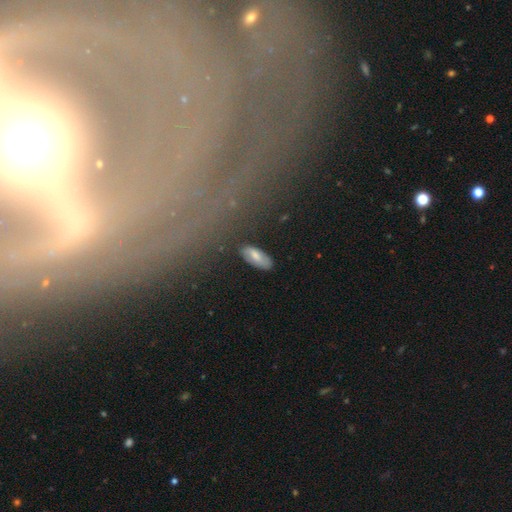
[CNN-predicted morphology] type=smooth (64%); roundness=in between (85%); merging=none (81%).